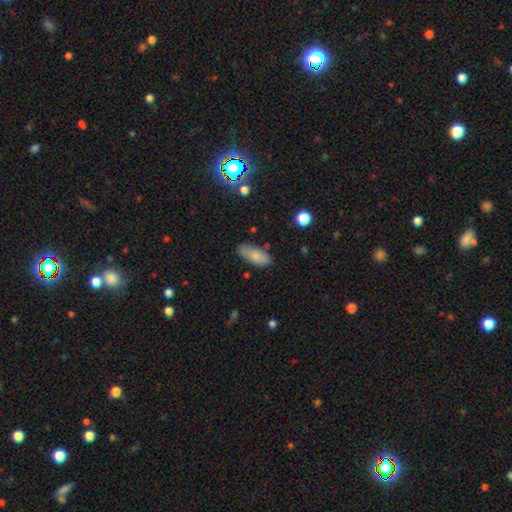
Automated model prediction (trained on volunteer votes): smooth_or_featured: smooth (p=0.82) [alt: featured or disk p=0.11]
how_rounded: in between (p=0.83) [alt: cigar-shaped p=0.15]
merging: none (p=0.78) [alt: minor disturbance p=0.16]